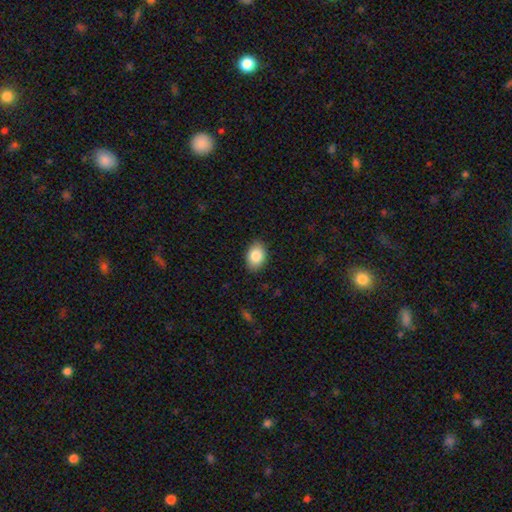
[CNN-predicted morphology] Smooth or featured?
  - smooth: 85% *
  - star or artifact: 7%
  - featured or disk: 7%
How rounded?
  - in between: 82% *
  - round: 17%
  - cigar-shaped: 1%
Merging?
  - none: 88% *
  - minor disturbance: 9%
  - major disturbance: 2%
  - merger: 1%